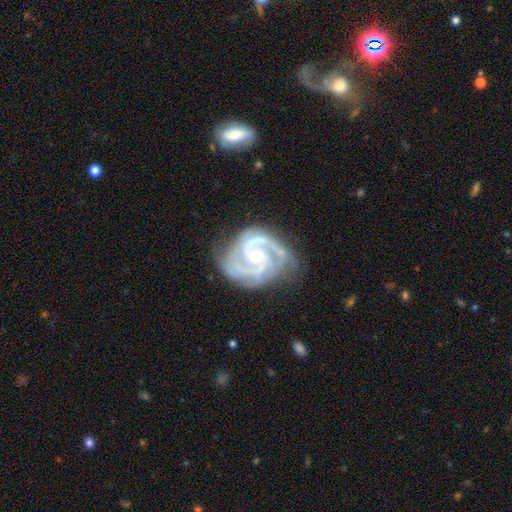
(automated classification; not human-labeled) Smooth or featured?
  - featured or disk: 94% *
  - star or artifact: 4%
  - smooth: 2%
Edge-on disk?
  - no: 98% *
  - yes: 2%
Bar?
  - no: 56% *
  - weak: 32%
  - strong: 12%
Spiral arms?
  - yes: 99% *
  - no: 1%
Spiral winding?
  - tight: 54% *
  - medium: 42%
  - loose: 4%
Spiral arm count?
  - 2: 63% *
  - 3: 25%
  - can't tell: 4%
  - 4: 4%
  - 1: 3%
  - more than 4: 3%
Bulge size?
  - small: 67% *
  - moderate: 30%
  - none: 2%
  - large: 1%
  - dominant: 1%
Merging?
  - none: 72% *
  - minor disturbance: 20%
  - major disturbance: 6%
  - merger: 2%